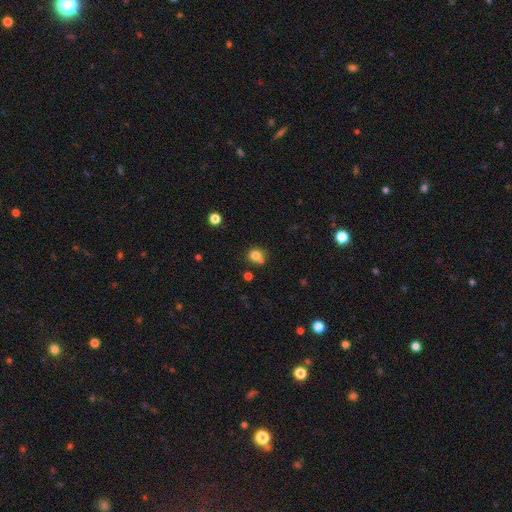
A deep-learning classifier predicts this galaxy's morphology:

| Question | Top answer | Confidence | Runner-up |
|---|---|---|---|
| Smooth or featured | smooth | 78% | star or artifact (13%) |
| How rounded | round | 84% | in between (15%) |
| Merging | none | 59% | merger (26%) |